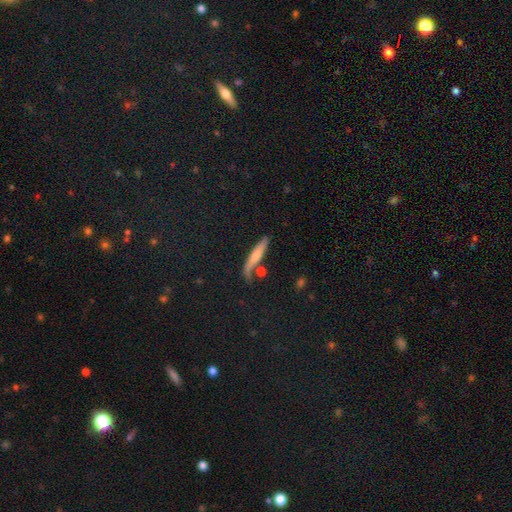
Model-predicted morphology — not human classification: This is likely a smooth galaxy (61%). How rounded: clearly cigar-shaped (87%). Merging: likely none (69%).